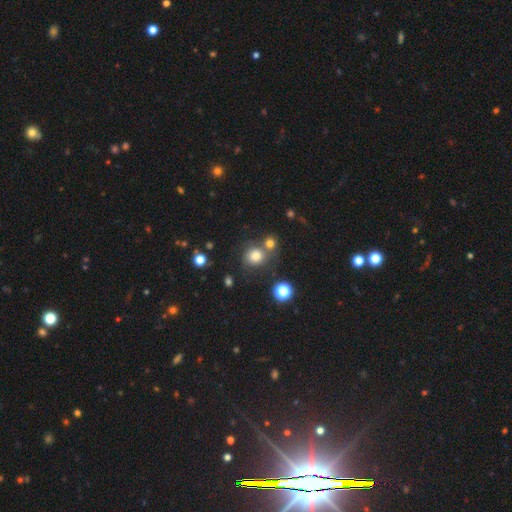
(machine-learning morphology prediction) Q: Smooth or featured?
A: smooth (78%); runner-up: star or artifact (14%)
Q: How rounded?
A: round (85%); runner-up: in between (14%)
Q: Merging?
A: none (60%); runner-up: merger (25%)